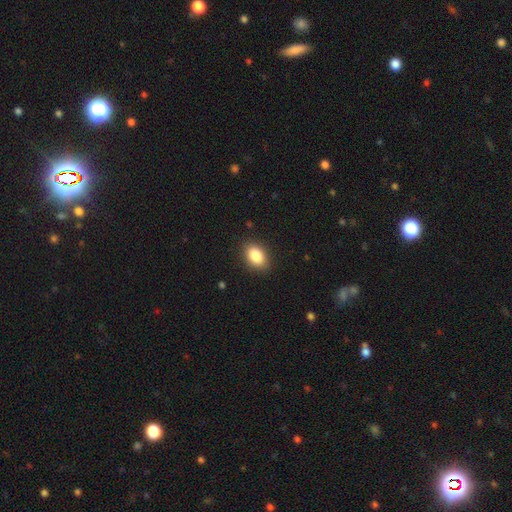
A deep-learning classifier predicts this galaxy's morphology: smooth 87%, star or artifact 8%, featured or disk 5%. Down the decision tree: how rounded — in between (86%); merging — none (88%).